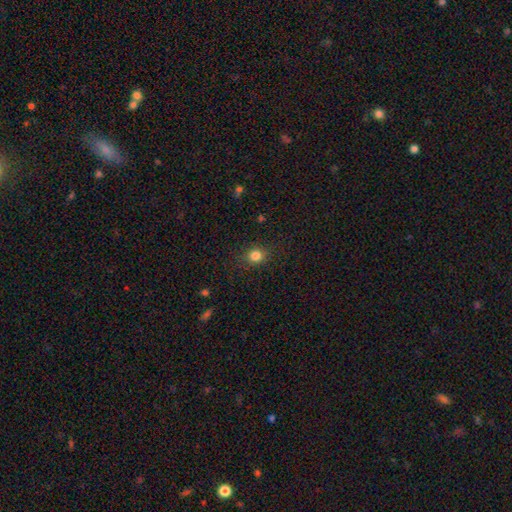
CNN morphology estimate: Q: Smooth or featured?
A: smooth (83%); runner-up: star or artifact (13%)
Q: How rounded?
A: round (77%); runner-up: in between (22%)
Q: Merging?
A: none (87%); runner-up: minor disturbance (9%)